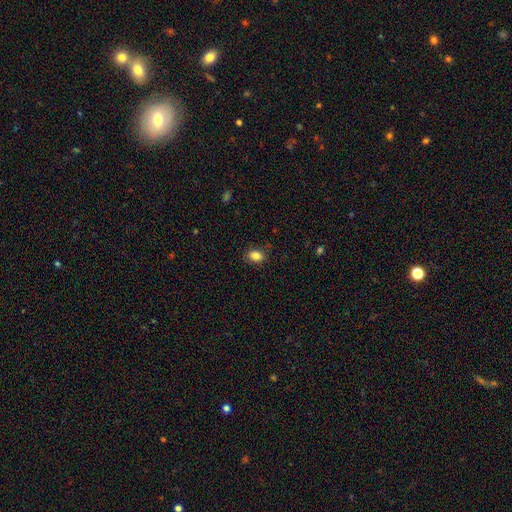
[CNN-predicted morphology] Smooth or featured: smooth — 86% (star or artifact — 9%)
How rounded: in between — 71% (round — 28%)
Merging: none — 85% (minor disturbance — 12%)